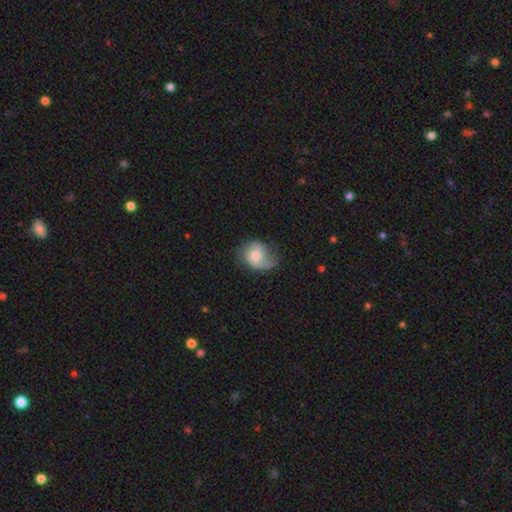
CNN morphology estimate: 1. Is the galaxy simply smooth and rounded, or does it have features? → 53% featured or disk, 40% smooth, 7% star or artifact.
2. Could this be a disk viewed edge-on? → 97% no, 3% yes.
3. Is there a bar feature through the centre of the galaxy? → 70% no, 25% weak, 5% strong.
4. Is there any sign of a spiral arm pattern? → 82% yes, 18% no.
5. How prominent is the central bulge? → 57% moderate, 35% small, 5% large, 2% none, 1% dominant.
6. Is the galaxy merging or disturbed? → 46% none, 31% minor disturbance, 21% major disturbance, 2% merger.